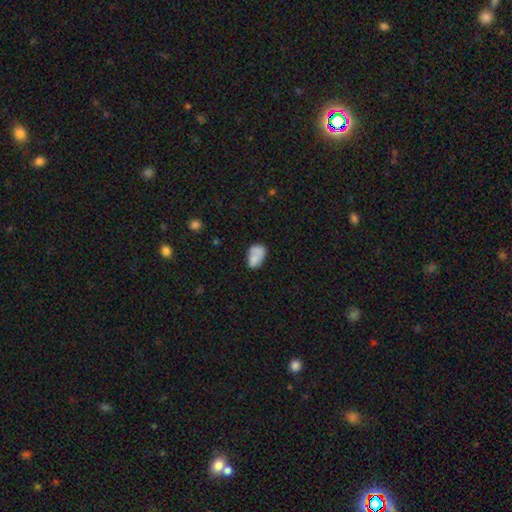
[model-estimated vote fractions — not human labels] This appears to be a smooth galaxy with no disk features (76%) that is in between round and cigar-shaped (86%). Merging: none (50%).